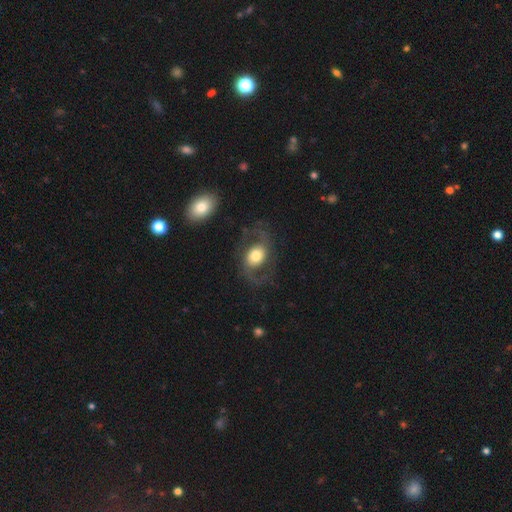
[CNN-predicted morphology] The model was most divided on "spiral winding": loose: 49%, medium: 43%, tight: 9%. Remaining: edge-on disk — no (97%); spiral arm count — 2 (92%); spiral arms — yes (87%); smooth or featured — featured or disk (73%); merging — none (71%); bar — no (60%); bulge size — moderate (49%).